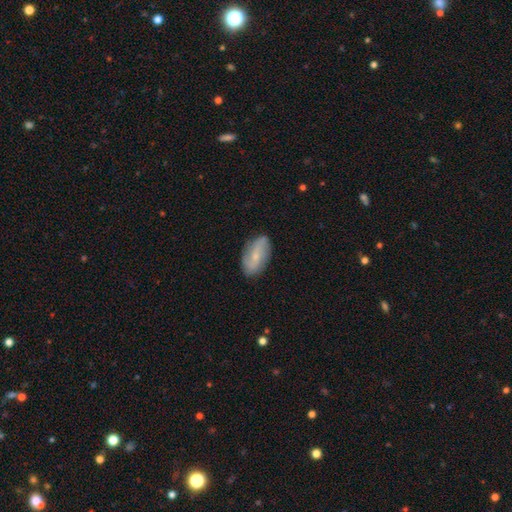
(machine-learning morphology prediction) Smooth or featured: featured or disk — 52% (smooth — 41%)
Edge-on disk: no — 93% (yes — 7%)
Merging: none — 82% (minor disturbance — 14%)